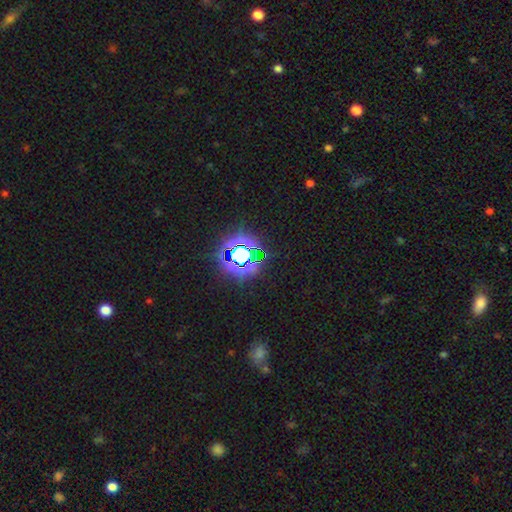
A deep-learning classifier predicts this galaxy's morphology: A star or artifact, not a galaxy (82%).

Vote fractions:
- Smooth or featured? star or artifact: 82% / smooth: 12% / featured or disk: 6%